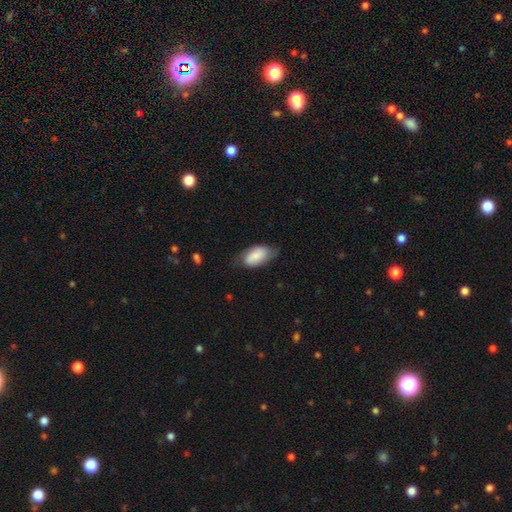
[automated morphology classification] This appears to be a smooth galaxy with no disk features (73%) that is in between round and cigar-shaped (94%). Merging: none (59%).